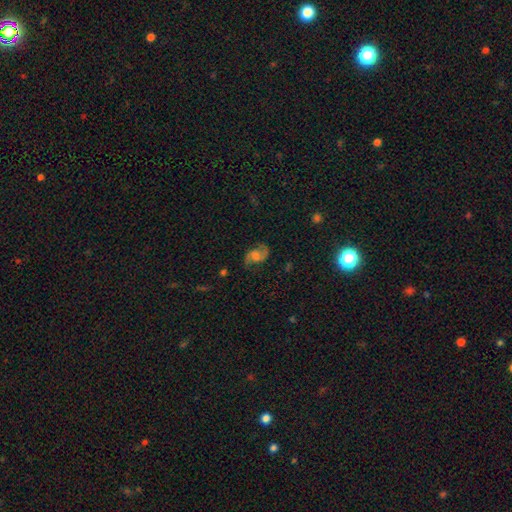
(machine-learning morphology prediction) Overall: featured or disk (81%). Edge-on disk: no (98%). Bar: no (60%; weak 34%). Spiral arms: yes (96%). Spiral arm count: 2 (92%). Spiral winding: medium (50%; loose 36%). Bulge size: moderate (48%; small 33%). Merging: none (77%).